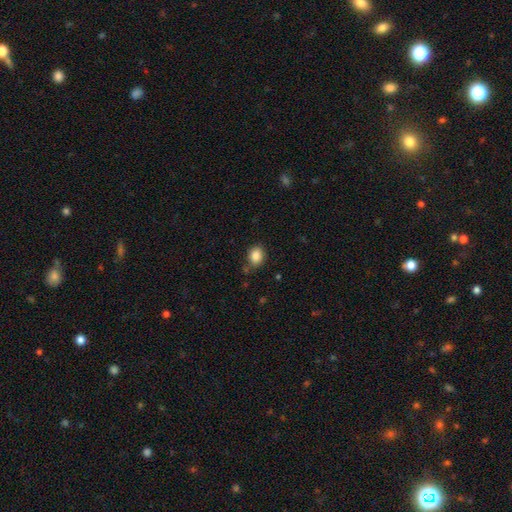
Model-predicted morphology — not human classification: Smooth or featured? Predicted: smooth (p=0.86). How rounded? Predicted: round (p=0.56). Merging? Predicted: none (p=0.75).